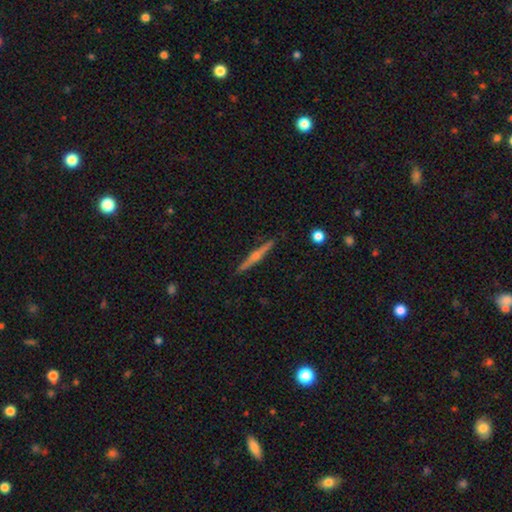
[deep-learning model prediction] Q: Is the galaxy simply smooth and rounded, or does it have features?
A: featured or disk — 75%.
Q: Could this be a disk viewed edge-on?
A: yes — 98%.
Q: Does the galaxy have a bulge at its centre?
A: rounded — 88%.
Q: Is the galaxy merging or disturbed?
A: none — 92%.